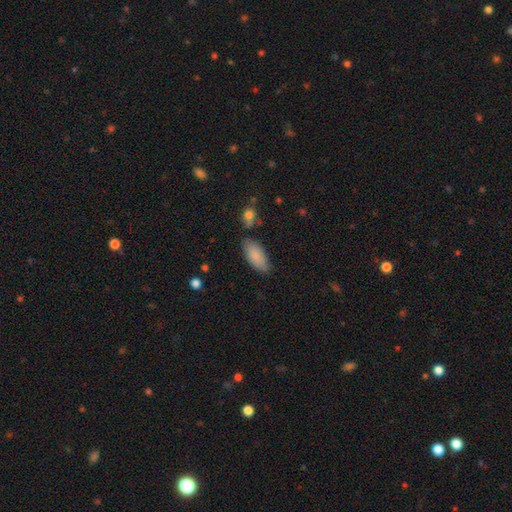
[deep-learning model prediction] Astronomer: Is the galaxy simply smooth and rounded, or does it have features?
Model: smooth — 86%.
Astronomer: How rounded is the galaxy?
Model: in between — 88%.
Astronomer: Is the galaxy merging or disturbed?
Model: none — 76%.